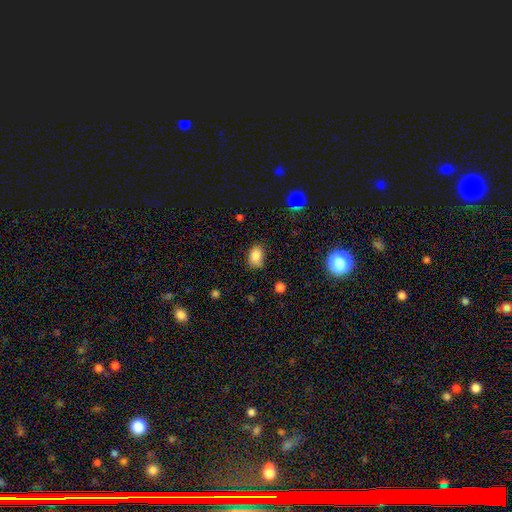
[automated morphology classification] A smooth galaxy with no disk features (84%) that is in between round and cigar-shaped (77%).

Vote fractions:
- Smooth or featured? smooth: 84% / star or artifact: 10% / featured or disk: 6%
- How rounded? in between: 77% / round: 22% / cigar-shaped: 1%
- Merging? none: 63% / minor disturbance: 29% / major disturbance: 6% / merger: 3%